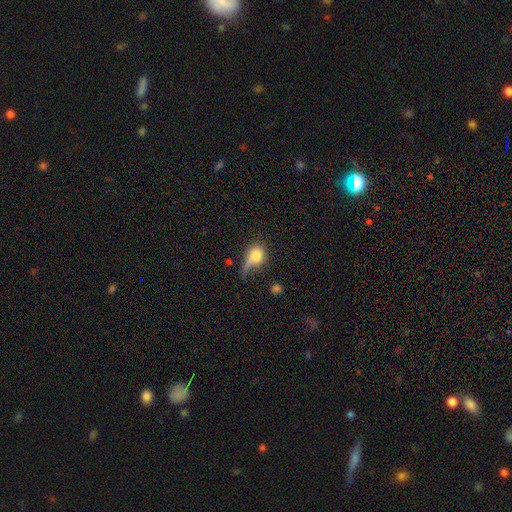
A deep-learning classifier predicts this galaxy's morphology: The model was most divided on "how rounded": in between: 49%, round: 48%, cigar-shaped: 3%. Remaining: smooth or featured — smooth (75%); merging — none (32%).